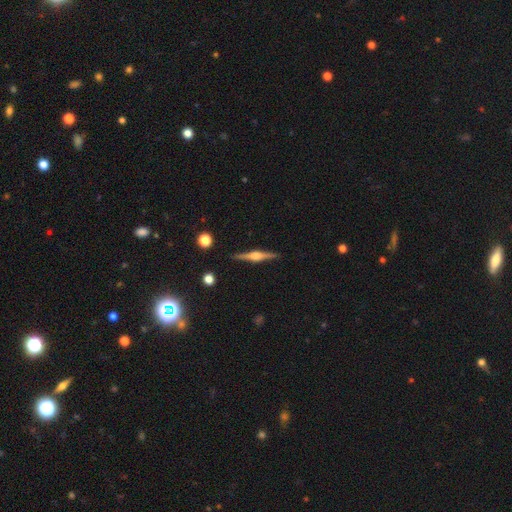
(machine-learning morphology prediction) Smooth or featured? Predicted: featured or disk (p=0.82). Edge-on disk? Predicted: yes (p=0.98). Edge-on bulge? Predicted: rounded (p=0.83). Merging? Predicted: none (p=0.91).